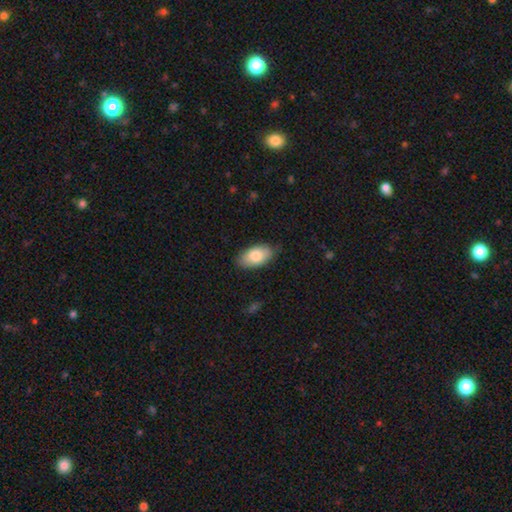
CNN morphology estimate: type=smooth (81%); roundness=in between (94%); merging=none (82%).